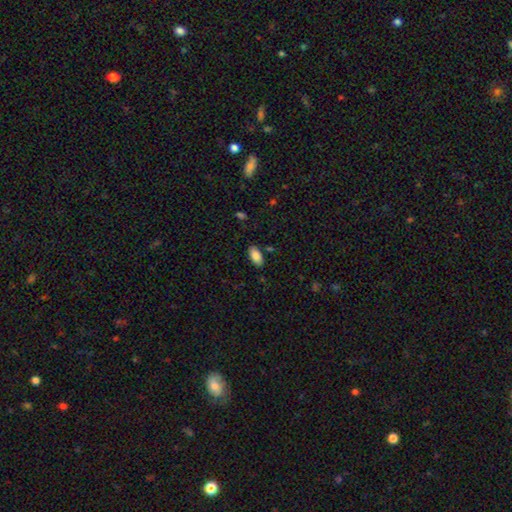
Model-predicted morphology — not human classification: Q: Smooth or featured?
A: smooth (84%); runner-up: featured or disk (9%)
Q: How rounded?
A: in between (93%); runner-up: cigar-shaped (4%)
Q: Merging?
A: none (85%); runner-up: minor disturbance (10%)